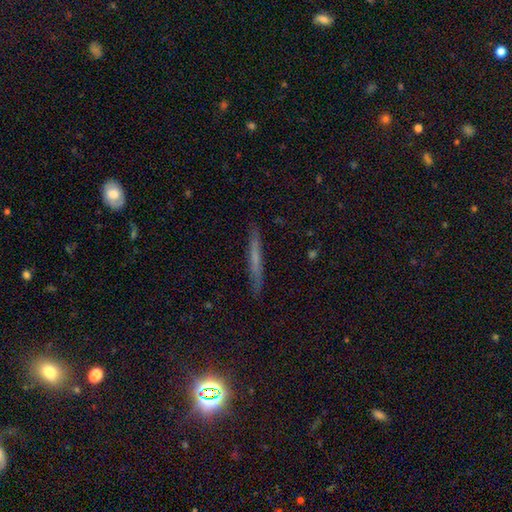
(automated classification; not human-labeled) Smooth or featured?
  - featured or disk: 45% *
  - smooth: 37%
  - star or artifact: 17%
Merging?
  - none: 88% *
  - minor disturbance: 9%
  - major disturbance: 2%
  - merger: 1%